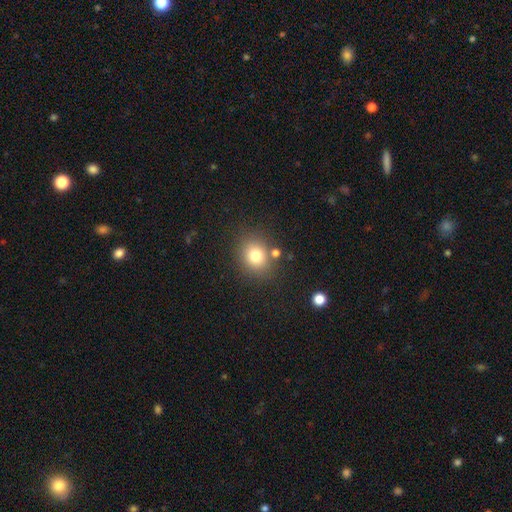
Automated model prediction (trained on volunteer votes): Smooth or featured: smooth — 77% (star or artifact — 13%)
How rounded: round — 67% (in between — 32%)
Merging: none — 77% (minor disturbance — 11%)